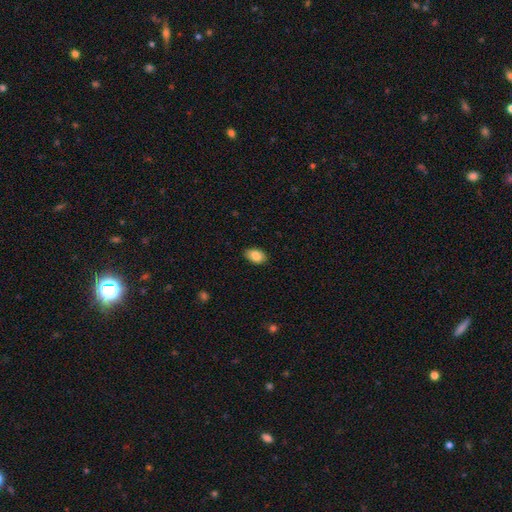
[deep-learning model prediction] A smooth galaxy with no disk features (86%) that is in between round and cigar-shaped (90%).

Vote fractions:
- Smooth or featured? smooth: 86% / star or artifact: 7% / featured or disk: 6%
- How rounded? in between: 90% / round: 9% / cigar-shaped: 1%
- Merging? none: 85% / minor disturbance: 12% / major disturbance: 2% / merger: 1%